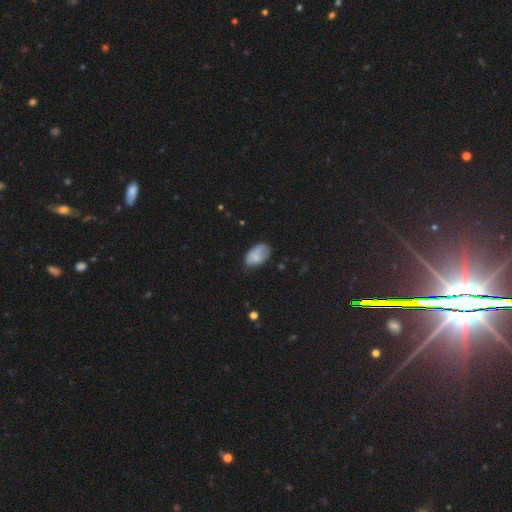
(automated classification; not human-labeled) The model was most divided on "merging": none: 58%, minor disturbance: 30%, major disturbance: 9%, merger: 3%. More confident: how rounded — in between (93%); smooth or featured — smooth (74%).